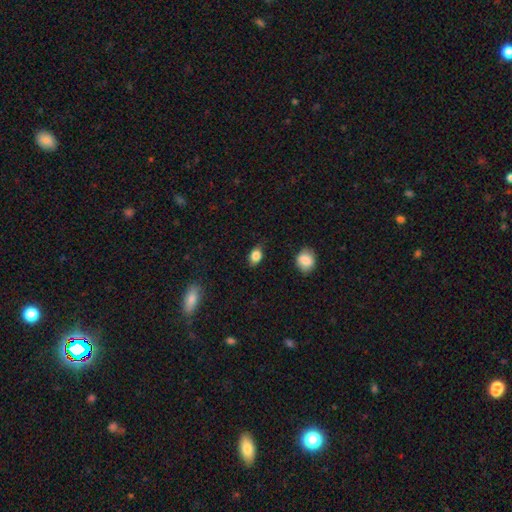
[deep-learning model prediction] A smooth galaxy with no disk features (84%) that is in between round and cigar-shaped (79%). Merging: none (79%).